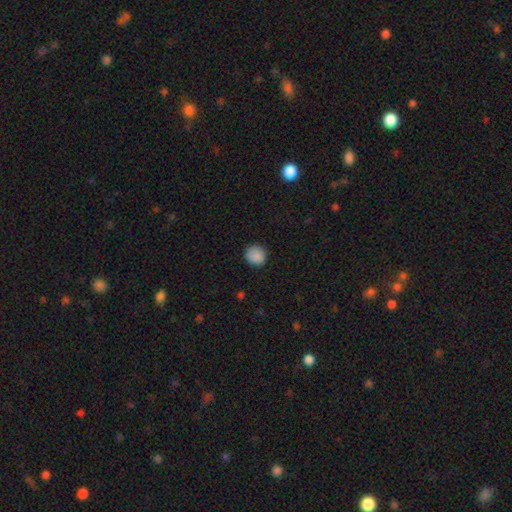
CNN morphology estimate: Q: Smooth or featured?
A: smooth (87%); runner-up: star or artifact (9%)
Q: How rounded?
A: round (87%); runner-up: in between (12%)
Q: Merging?
A: none (85%); runner-up: minor disturbance (12%)